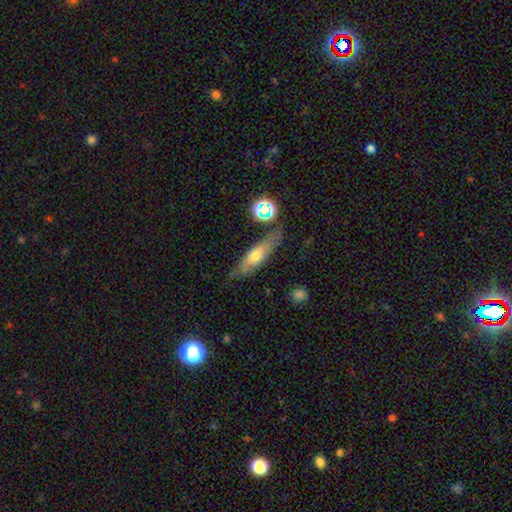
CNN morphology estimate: type=smooth (54%); roundness=cigar-shaped (58%); merging=none (75%).